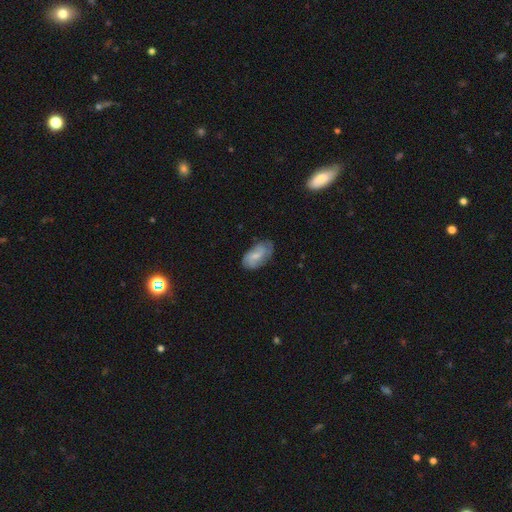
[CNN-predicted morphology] Smooth or featured?
  - smooth: 56% *
  - featured or disk: 37%
  - star or artifact: 7%
How rounded?
  - in between: 92% *
  - round: 4%
  - cigar-shaped: 3%
Merging?
  - none: 61% *
  - minor disturbance: 30%
  - major disturbance: 8%
  - merger: 1%